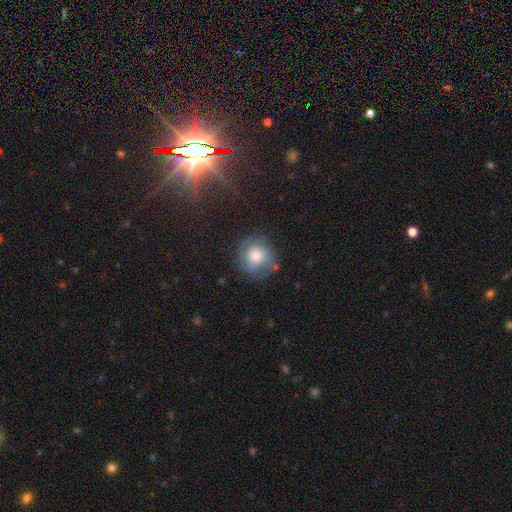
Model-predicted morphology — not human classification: type=smooth (50%); roundness=round (84%); merging=none (64%).